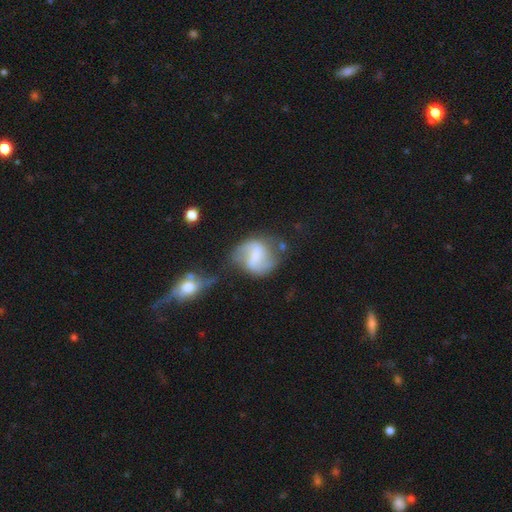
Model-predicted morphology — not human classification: This is likely a featured or disk galaxy (67%). It is clearly not viewed edge-on (97%). Bar: marginally weak (45%). Spiral arm pattern: clearly yes (88%). Spiral arm count: clearly 2 (87%). Spiral winding: marginally medium (43%, tied with loose). Central bulge: marginally none (41%). Merging: possibly none (50%).